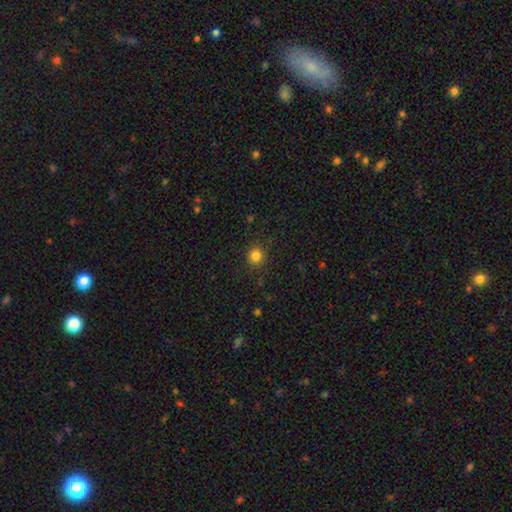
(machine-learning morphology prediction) Overall: smooth (83%). How rounded: round (88%). Merging: none (89%).